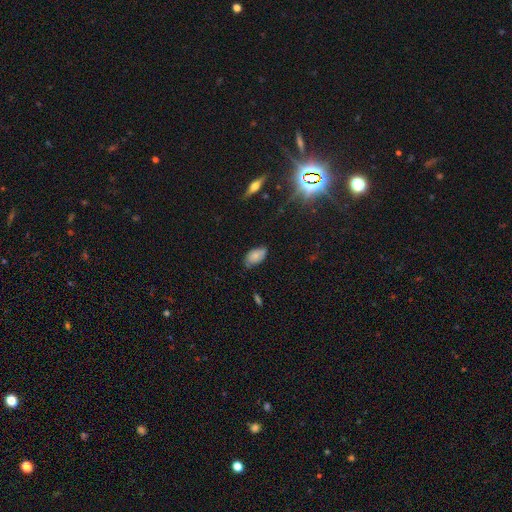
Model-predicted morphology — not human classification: Smooth or featured?
  - smooth: 74% *
  - featured or disk: 16%
  - star or artifact: 10%
How rounded?
  - in between: 93% *
  - round: 5%
  - cigar-shaped: 3%
Merging?
  - none: 62% *
  - minor disturbance: 31%
  - major disturbance: 5%
  - merger: 2%